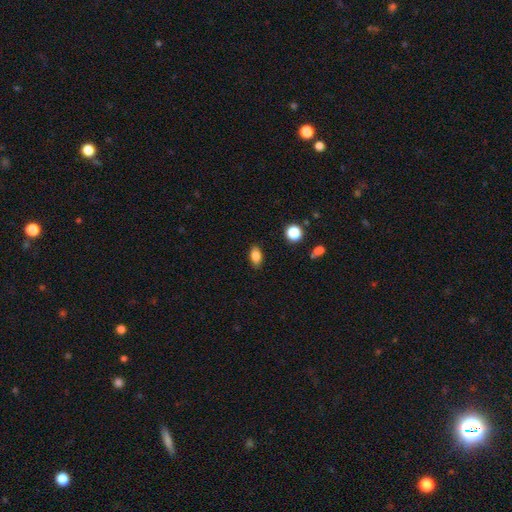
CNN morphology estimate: Smooth or featured? Predicted: smooth (p=0.84). How rounded? Predicted: in between (p=0.86). Merging? Predicted: none (p=0.87).